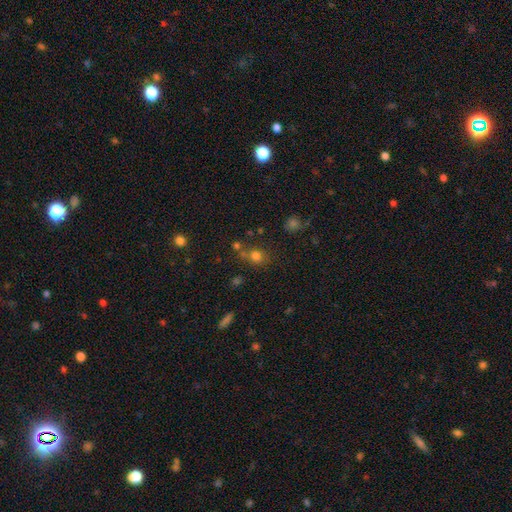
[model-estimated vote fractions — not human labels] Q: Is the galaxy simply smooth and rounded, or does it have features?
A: smooth — 73%.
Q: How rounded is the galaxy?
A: round — 77%.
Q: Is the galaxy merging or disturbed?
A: none — 61%.